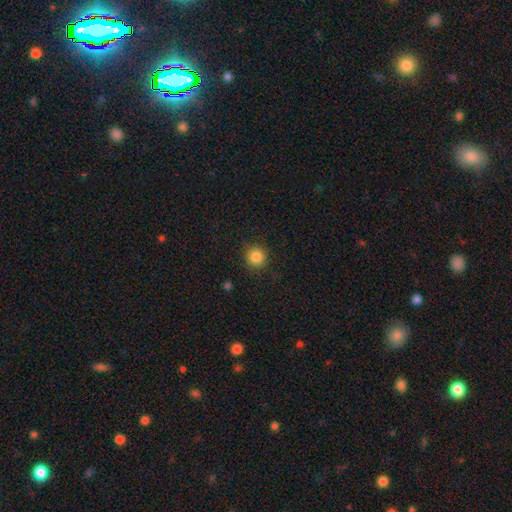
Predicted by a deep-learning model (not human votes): Q: Smooth or featured?
A: smooth (85%); runner-up: star or artifact (11%)
Q: How rounded?
A: round (93%); runner-up: in between (6%)
Q: Merging?
A: none (89%); runner-up: minor disturbance (7%)